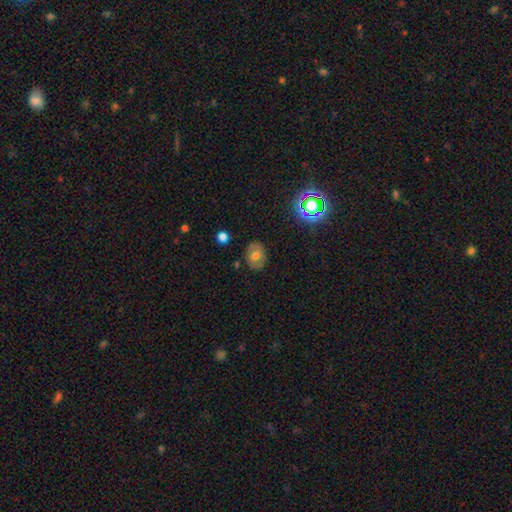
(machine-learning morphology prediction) Q: Smooth or featured?
A: smooth (61%); runner-up: featured or disk (26%)
Q: How rounded?
A: in between (54%); runner-up: round (45%)
Q: Merging?
A: none (83%); runner-up: minor disturbance (12%)